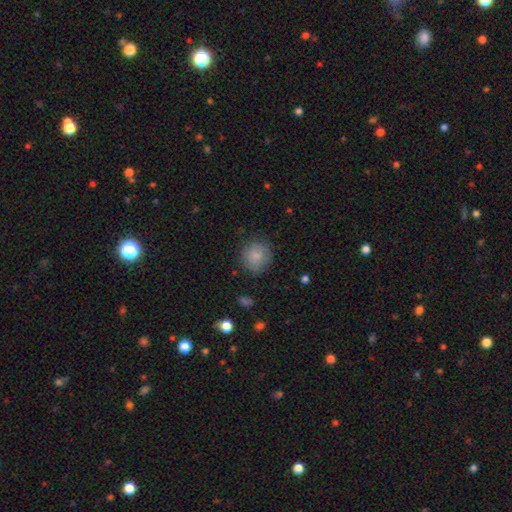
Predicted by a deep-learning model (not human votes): This is clearly a smooth galaxy (84%). How rounded: clearly round (87%). Merging: likely none (79%).